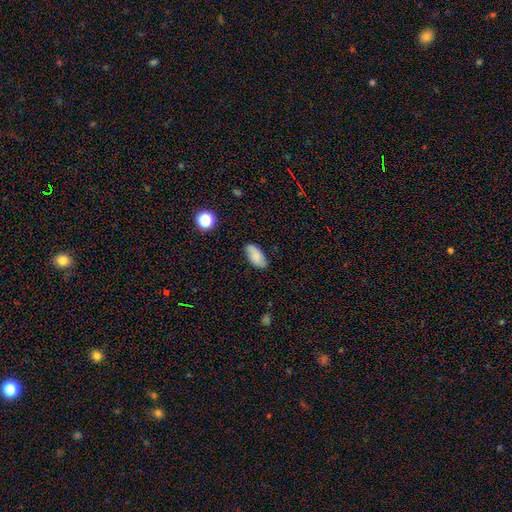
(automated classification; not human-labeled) Smooth or featured? Predicted: smooth (p=0.76). How rounded? Predicted: in between (p=0.92). Merging? Predicted: none (p=0.74).